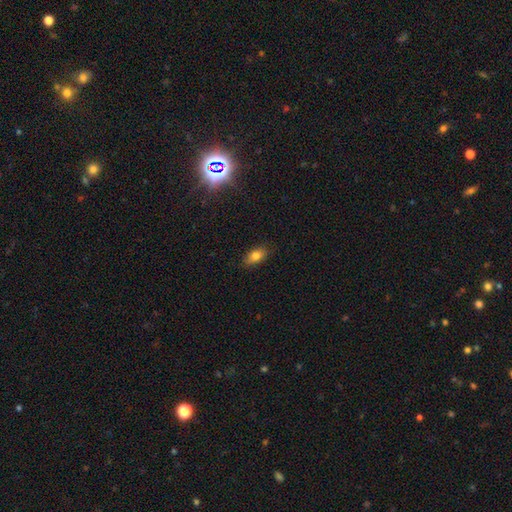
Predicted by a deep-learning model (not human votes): A smooth galaxy with no disk features (79%) that is in between round and cigar-shaped (86%). Merging: none (84%).